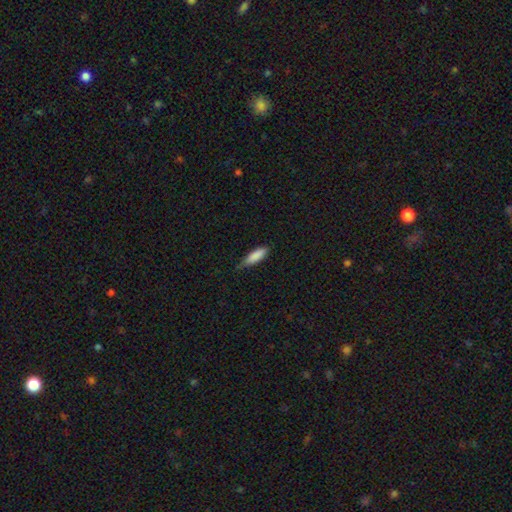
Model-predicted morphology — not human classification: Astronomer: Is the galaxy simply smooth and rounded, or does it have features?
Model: smooth — 85%.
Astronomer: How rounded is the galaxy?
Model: cigar-shaped — 55% (runner-up: in between, 43%).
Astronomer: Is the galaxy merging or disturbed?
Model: none — 56% (runner-up: minor disturbance, 37%).